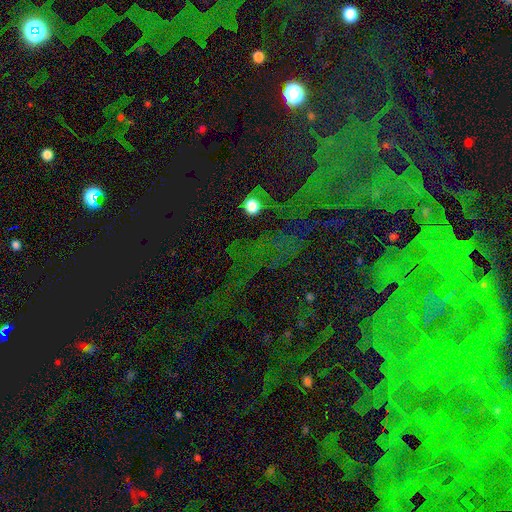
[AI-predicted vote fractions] Smooth or featured? Predicted: star or artifact (p=0.67).